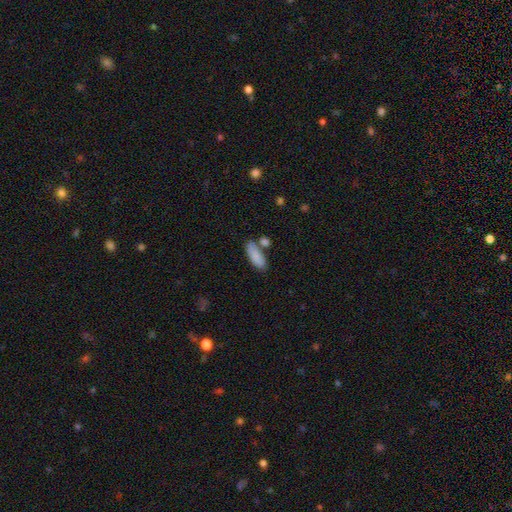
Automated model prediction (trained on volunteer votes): smooth-or-featured: smooth: 87% | featured or disk: 7% | star or artifact: 6%
  how-rounded: in between: 76% | cigar-shaped: 22% | round: 2%
  merging: none: 65% | merger: 18% | minor disturbance: 14% | major disturbance: 4%